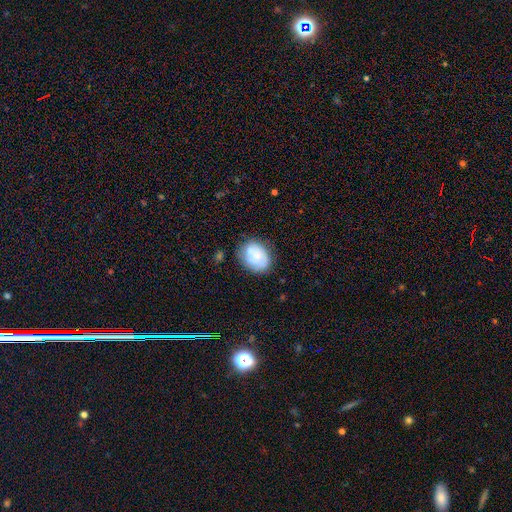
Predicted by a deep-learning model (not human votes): This is possibly a smooth galaxy (60%). How rounded: likely in between (61%). Merging: likely none (64%).